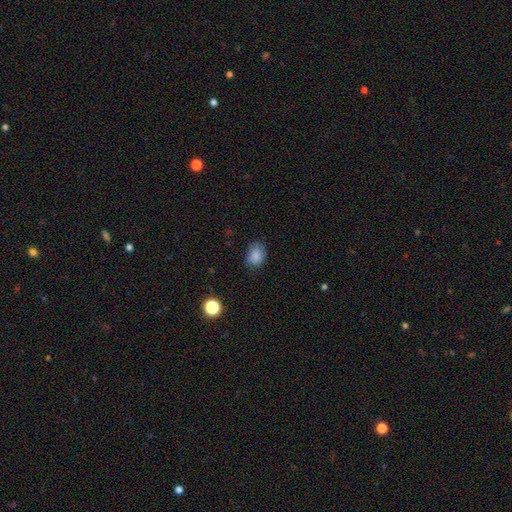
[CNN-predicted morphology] smooth 85%, star or artifact 10%, featured or disk 5%. Down the decision tree: how rounded — in between (62%); merging — none (72%).